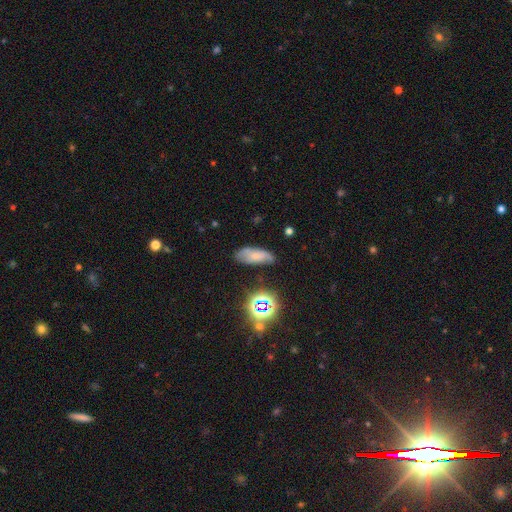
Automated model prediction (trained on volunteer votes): Morphology: type=smooth (56%); roundness=in between (77%); merging=none (62%).